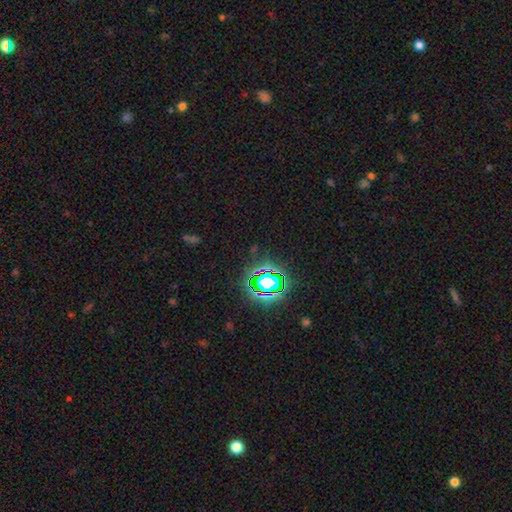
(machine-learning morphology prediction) type=star or artifact (77%).